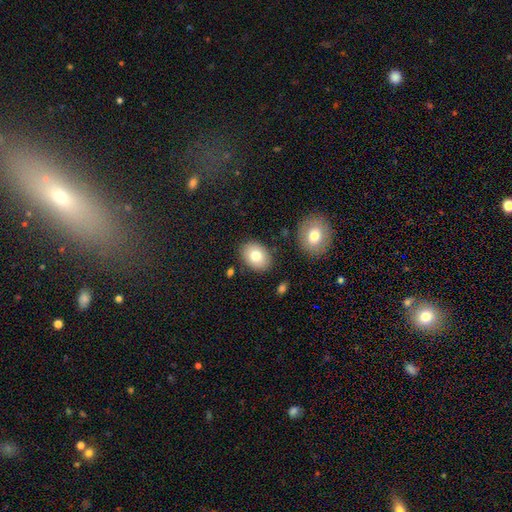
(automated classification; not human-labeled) smooth_or_featured: smooth (p=0.78) [alt: featured or disk p=0.13]
how_rounded: in between (p=0.64) [alt: round p=0.35]
merging: none (p=0.86) [alt: minor disturbance p=0.09]